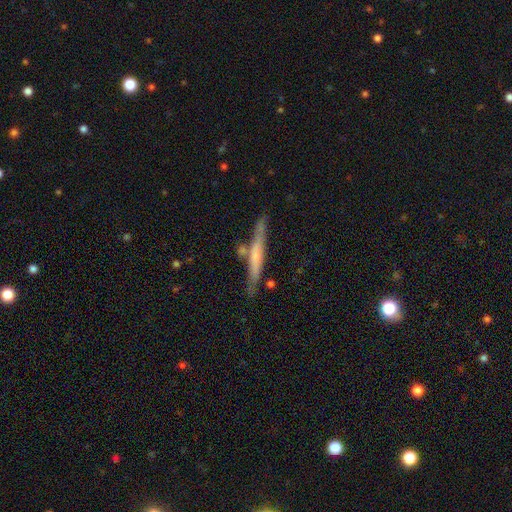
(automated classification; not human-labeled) Smooth or featured: featured or disk — 51% (smooth — 43%)
Edge-on disk: yes — 94% (no — 6%)
Merging: none — 74% (minor disturbance — 14%)